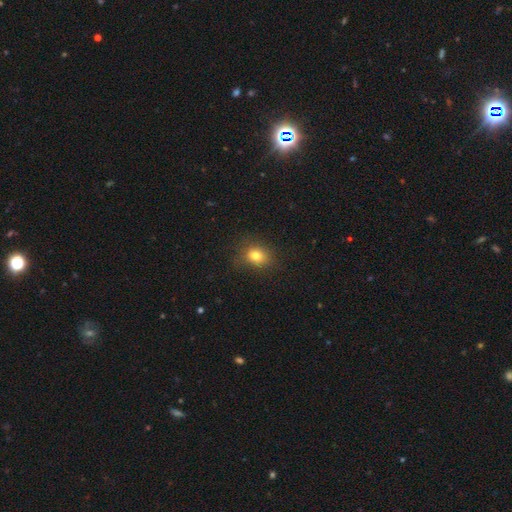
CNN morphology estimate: This appears to be a smooth galaxy with no disk features (78%) that is round (58%). Merging: none (78%).